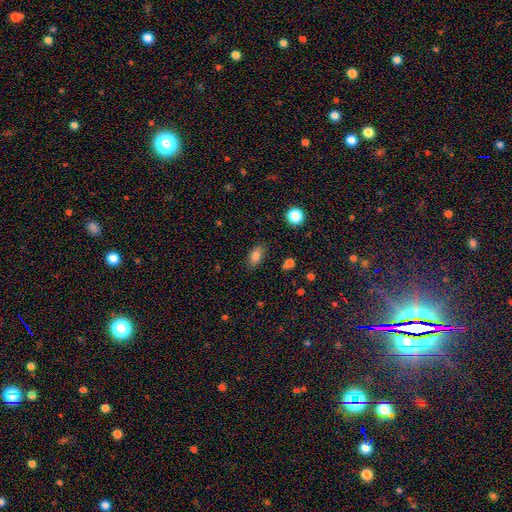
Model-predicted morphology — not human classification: A smooth galaxy with no disk features (82%) that is in between round and cigar-shaped (87%). Merging: none (83%).